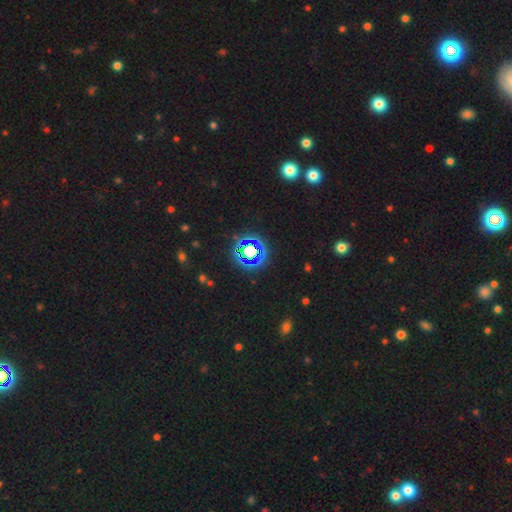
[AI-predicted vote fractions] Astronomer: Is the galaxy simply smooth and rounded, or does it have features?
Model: star or artifact — 73%.